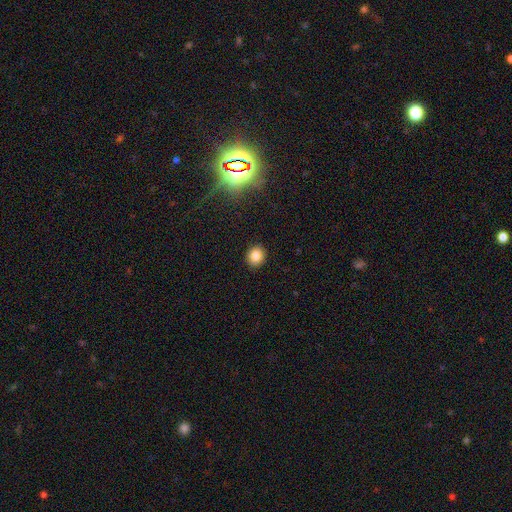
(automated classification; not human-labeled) A smooth galaxy with no disk features (84%) that is round (76%). Merging: none (91%).